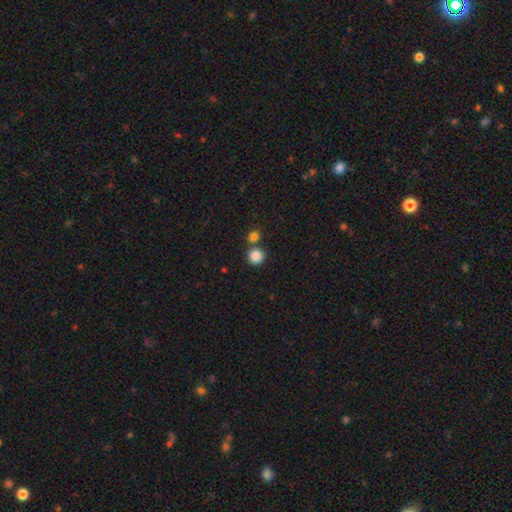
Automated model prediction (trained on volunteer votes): This is clearly a smooth galaxy (86%). How rounded: clearly round (93%). Merging: likely none (73%).